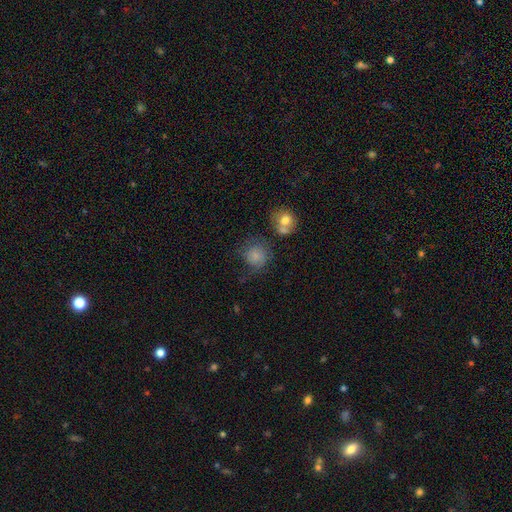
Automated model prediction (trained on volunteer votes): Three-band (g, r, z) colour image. It shows a smooth galaxy with no disk features (76%) that is round (86%). Merging: none (51%).